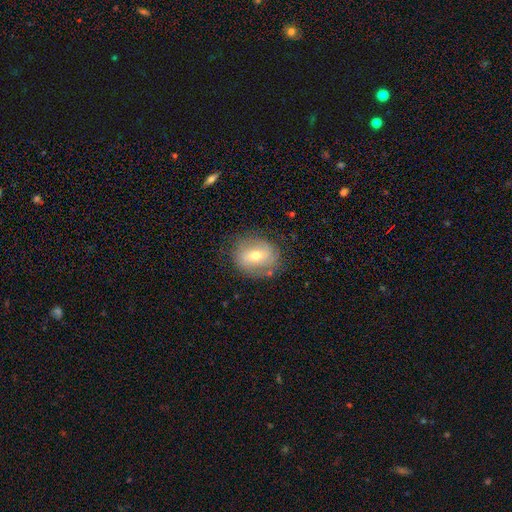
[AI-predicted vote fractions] A smooth galaxy with no disk features (46%).

Vote fractions:
- Smooth or featured? smooth: 46% / featured or disk: 45% / star or artifact: 9%
- Merging? none: 73% / minor disturbance: 18% / major disturbance: 7% / merger: 2%